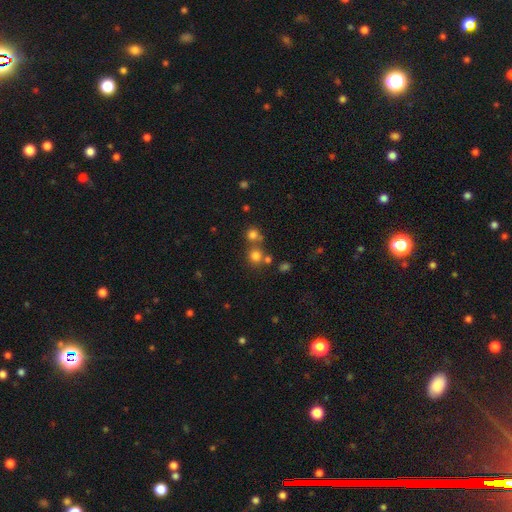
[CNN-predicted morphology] This appears to be a smooth galaxy with no disk features (74%) that is round (90%). Merging: none (63%).